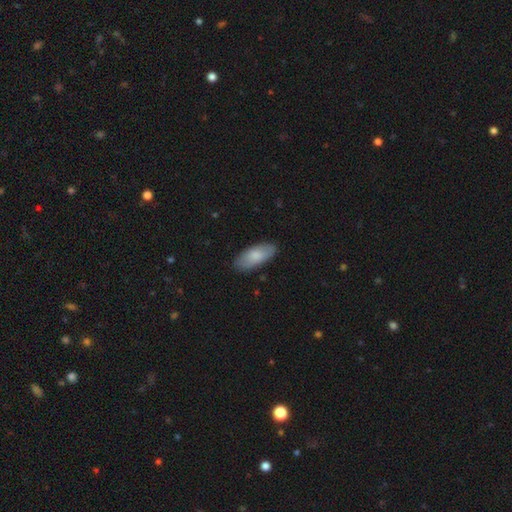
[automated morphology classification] Smooth or featured: smooth — 81% (featured or disk — 13%)
How rounded: in between — 85% (cigar-shaped — 13%)
Merging: none — 85% (minor disturbance — 12%)